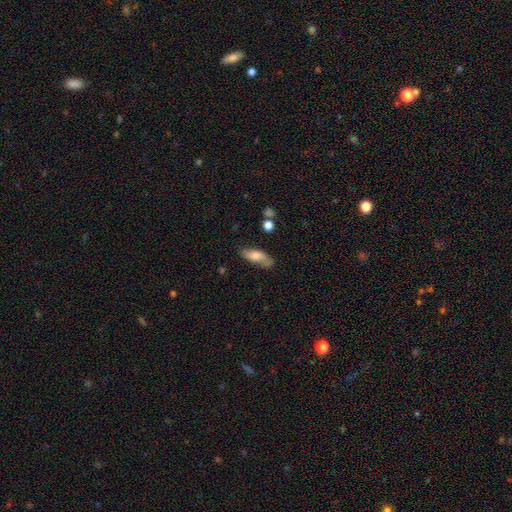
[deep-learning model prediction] A smooth galaxy with no disk features (66%) that is in between round and cigar-shaped (64%).

Vote fractions:
- Smooth or featured? smooth: 66% / featured or disk: 27% / star or artifact: 7%
- How rounded? in between: 64% / cigar-shaped: 33% / round: 3%
- Merging? none: 67% / minor disturbance: 23% / major disturbance: 6% / merger: 4%